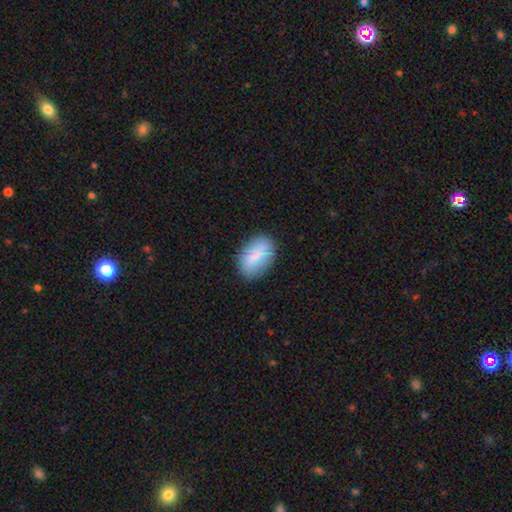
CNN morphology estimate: Smooth or featured: smooth — 77% (featured or disk — 15%)
How rounded: in between — 89% (round — 9%)
Merging: none — 80% (minor disturbance — 15%)